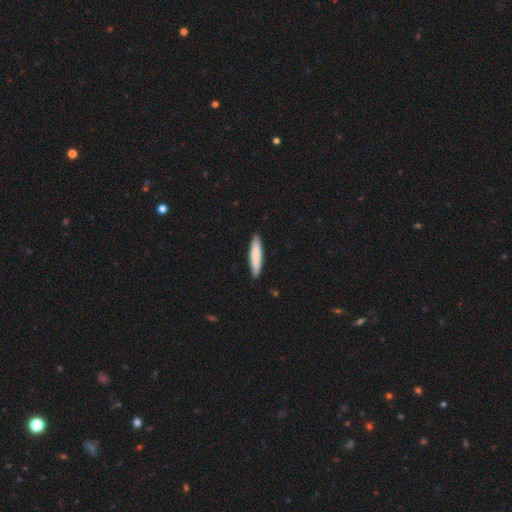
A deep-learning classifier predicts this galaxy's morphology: This appears to be a smooth galaxy with no disk features (83%) that is cigar-shaped (85%). Merging: none (90%).